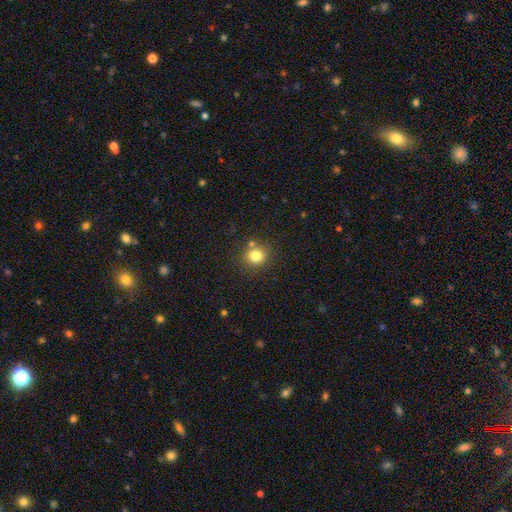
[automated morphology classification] Smooth or featured? Predicted: smooth (p=0.80). How rounded? Predicted: round (p=0.88). Merging? Predicted: none (p=0.78).